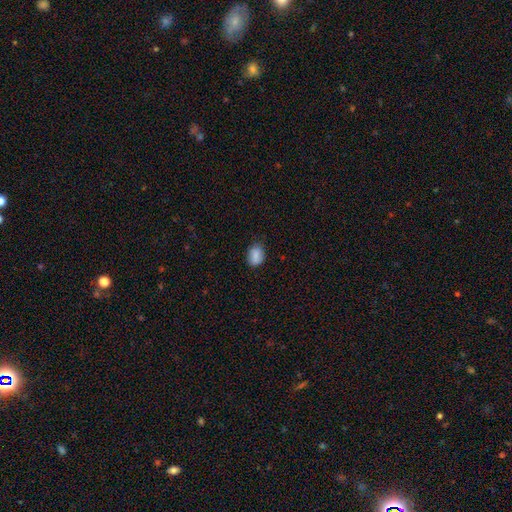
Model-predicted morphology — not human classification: This is clearly a smooth galaxy (83%). How rounded: likely in between (74%). Merging: likely none (77%).